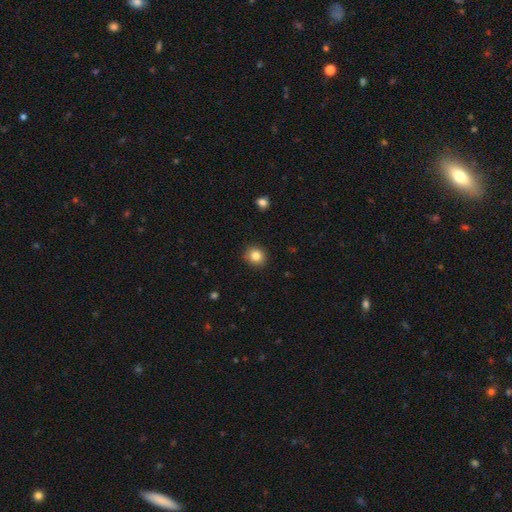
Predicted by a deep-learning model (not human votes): A smooth galaxy with no disk features (85%) that is round (83%).

Vote fractions:
- Smooth or featured? smooth: 85% / star or artifact: 10% / featured or disk: 6%
- How rounded? round: 83% / in between: 16% / cigar-shaped: 1%
- Merging? none: 90% / minor disturbance: 7% / major disturbance: 2% / merger: 1%